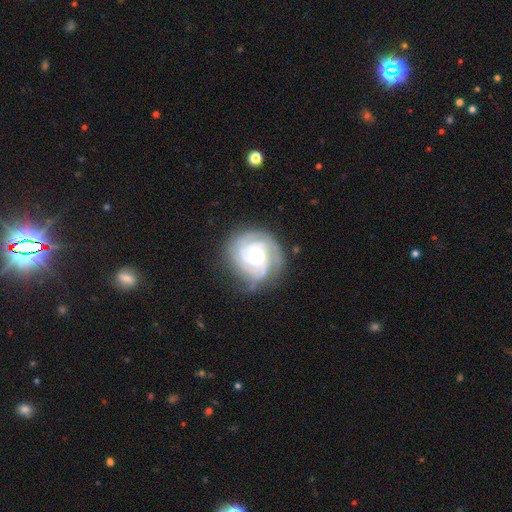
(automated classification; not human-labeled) The model was most divided on "spiral arm count": 3: 35%, can't tell: 25%, 2: 18%, 4: 11%, 1: 5%, more than 4: 5%. More confident: edge-on disk — no (98%); spiral arms — yes (95%); smooth or featured — featured or disk (83%); merging — none (71%); bar — no (69%); spiral winding — tight (68%); bulge size — moderate (66%).